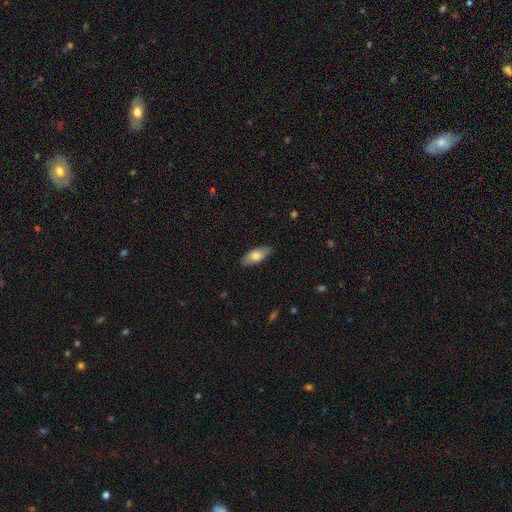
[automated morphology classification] A smooth galaxy with no disk features (74%) that is in between round and cigar-shaped (82%).

Vote fractions:
- Smooth or featured? smooth: 74% / featured or disk: 20% / star or artifact: 6%
- How rounded? in between: 82% / cigar-shaped: 16% / round: 2%
- Merging? none: 86% / minor disturbance: 11% / major disturbance: 2% / merger: 1%